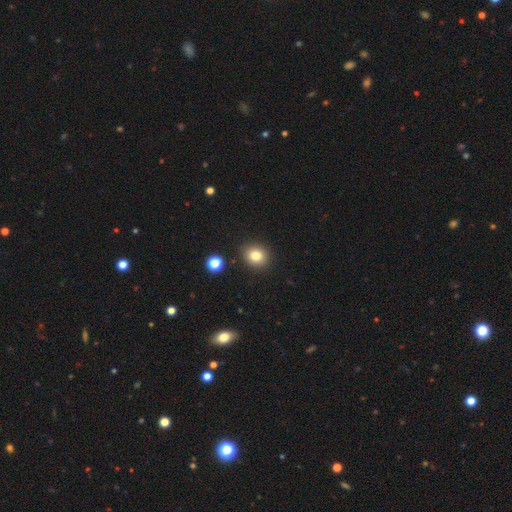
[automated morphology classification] A smooth galaxy with no disk features (81%) that is round (69%). Merging: none (88%).